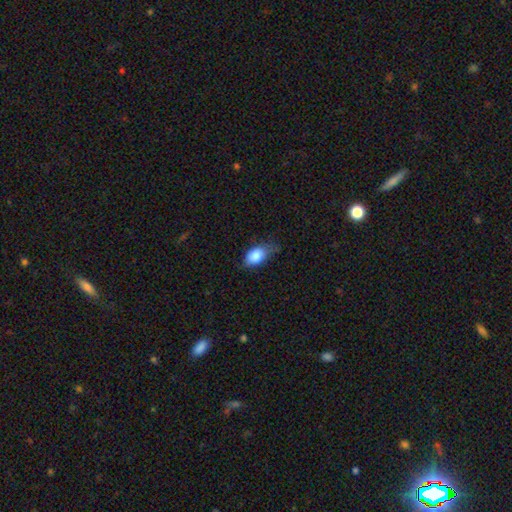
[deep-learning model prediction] The model was most divided on "merging": none: 52%, minor disturbance: 36%, major disturbance: 10%, merger: 1%. More confident: how rounded — in between (86%); smooth or featured — smooth (83%).